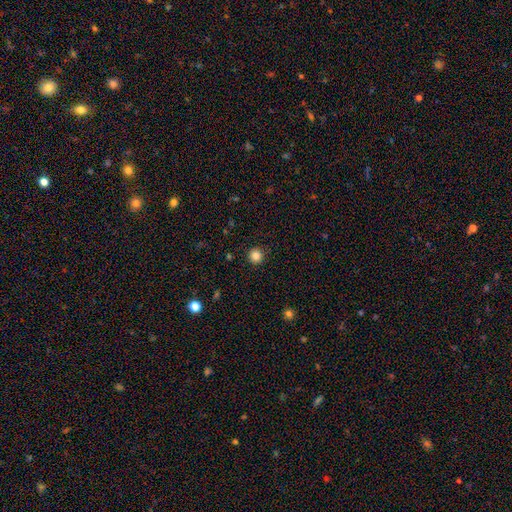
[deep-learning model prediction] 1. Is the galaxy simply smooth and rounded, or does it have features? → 85% smooth, 11% star or artifact, 4% featured or disk.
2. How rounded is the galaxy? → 95% round, 4% in between, 1% cigar-shaped.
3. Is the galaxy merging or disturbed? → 92% none, 5% minor disturbance, 2% major disturbance, 1% merger.